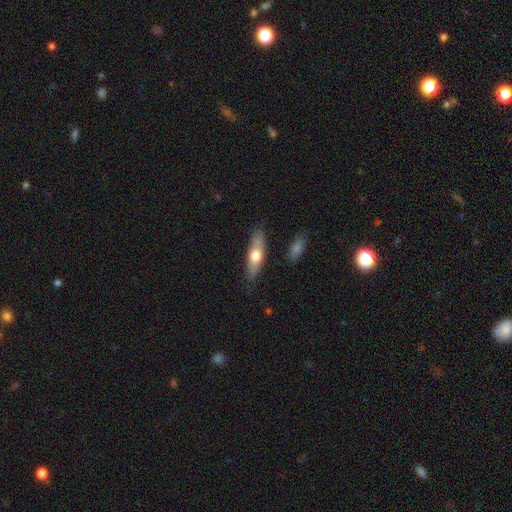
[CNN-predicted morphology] A smooth galaxy with no disk features (61%) that is cigar-shaped (49%).

Vote fractions:
- Smooth or featured? smooth: 61% / featured or disk: 33% / star or artifact: 6%
- How rounded? cigar-shaped: 49% / in between: 48% / round: 3%
- Merging? none: 81% / minor disturbance: 13% / merger: 3% / major disturbance: 3%